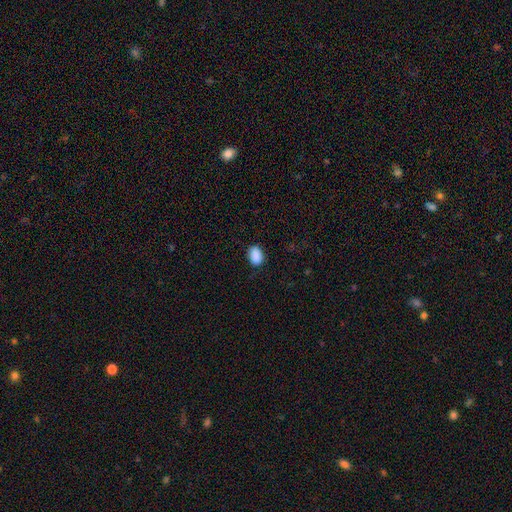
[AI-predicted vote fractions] smooth-or-featured: smooth: 90% | star or artifact: 8% | featured or disk: 3%
  how-rounded: in between: 82% | round: 16% | cigar-shaped: 1%
  merging: none: 83% | minor disturbance: 13% | major disturbance: 3% | merger: 1%